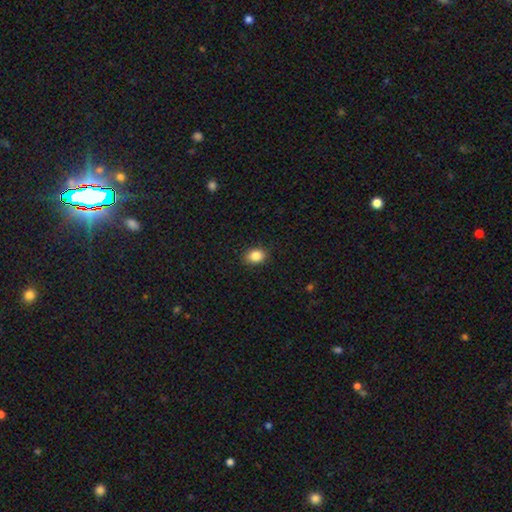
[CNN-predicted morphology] This is clearly a smooth galaxy (86%). How rounded: likely in between (60%). Merging: clearly none (87%).